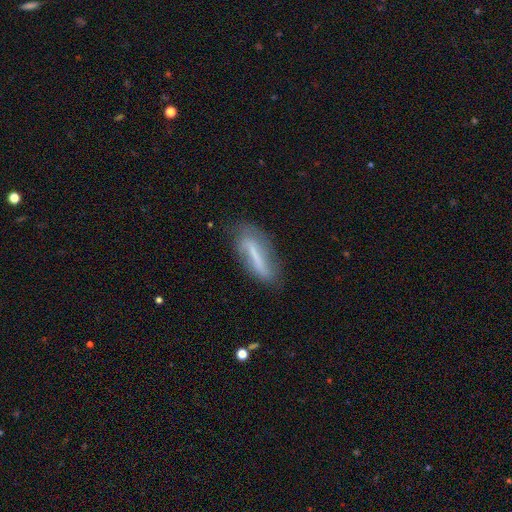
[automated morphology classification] A featured or disk galaxy (50%). Merging: none (64%).